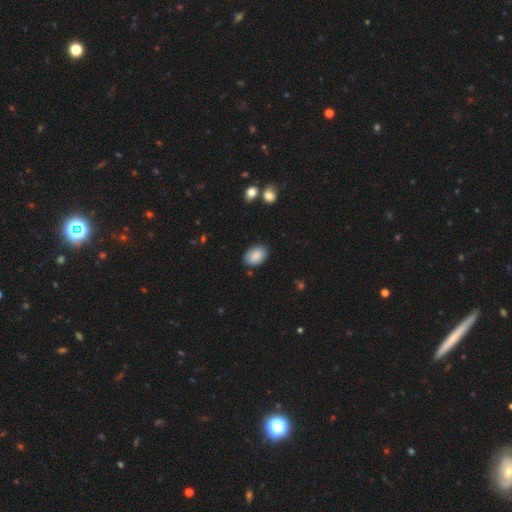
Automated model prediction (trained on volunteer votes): Q: Smooth or featured?
A: smooth (88%); runner-up: star or artifact (6%)
Q: How rounded?
A: in between (89%); runner-up: round (10%)
Q: Merging?
A: none (82%); runner-up: minor disturbance (13%)